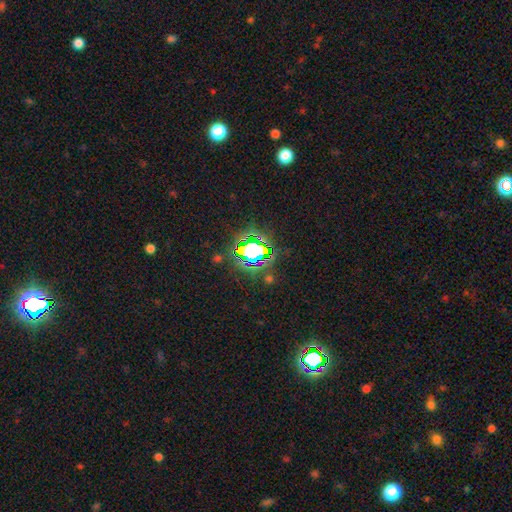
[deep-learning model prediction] Smooth or featured: star or artifact — 69% (smooth — 19%)